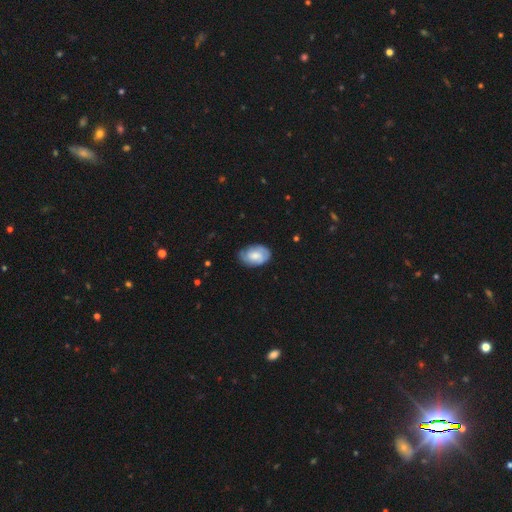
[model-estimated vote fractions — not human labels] Smooth or featured? Predicted: smooth (p=0.54). How rounded? Predicted: in between (p=0.87). Merging? Predicted: none (p=0.70).